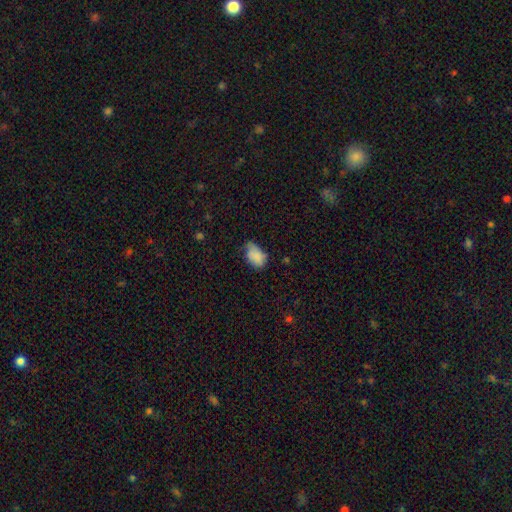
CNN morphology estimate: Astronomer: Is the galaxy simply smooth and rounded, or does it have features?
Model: smooth — 83%.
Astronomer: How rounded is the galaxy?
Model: in between — 88%.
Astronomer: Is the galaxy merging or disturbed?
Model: none — 43% (runner-up: minor disturbance, 42%).